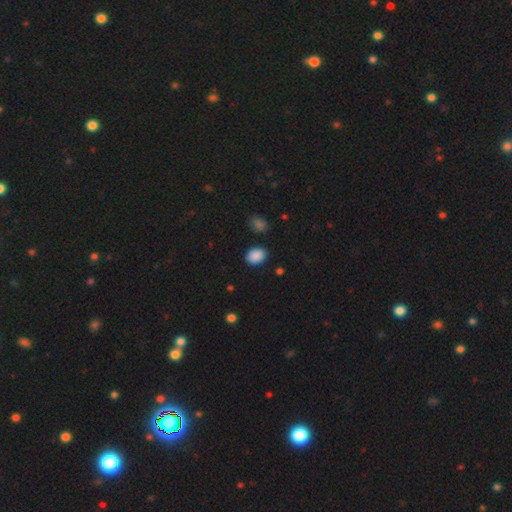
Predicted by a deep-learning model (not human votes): smooth 89%, star or artifact 8%, featured or disk 3%. Down the decision tree: how rounded — in between (66%); merging — none (87%).